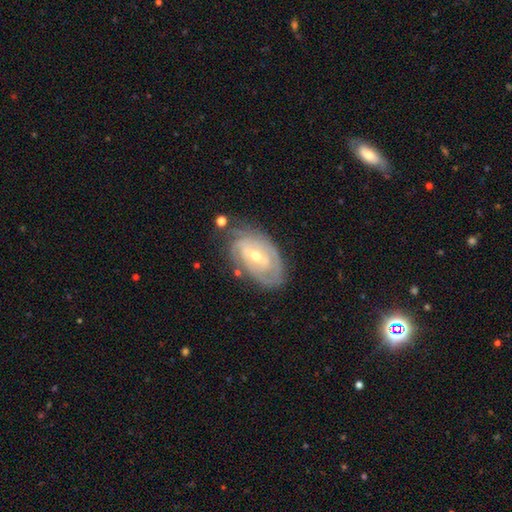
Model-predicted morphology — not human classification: Overall: featured or disk (83%). Edge-on disk: no (95%). Bar: weak (47%; no 32%). Spiral arms: yes (92%). Spiral arm count: can't tell (36%; 2 31%). Spiral winding: tight (72%). Bulge size: moderate (49%; small 48%). Merging: none (68%).